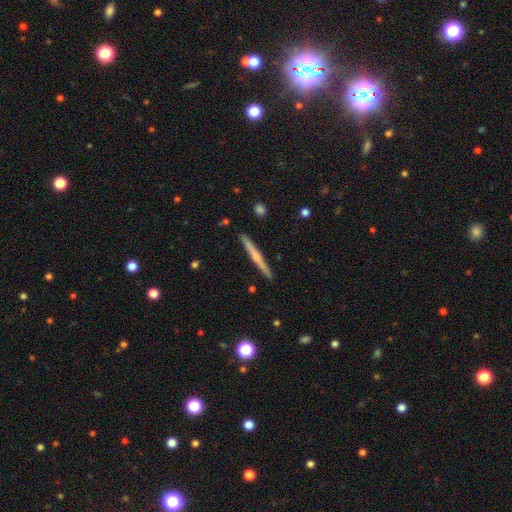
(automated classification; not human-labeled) Smooth or featured: featured or disk — 55% (smooth — 39%)
Edge-on disk: yes — 98% (no — 2%)
Edge-on bulge: none — 47% (rounded — 46%)
Merging: none — 92% (minor disturbance — 6%)